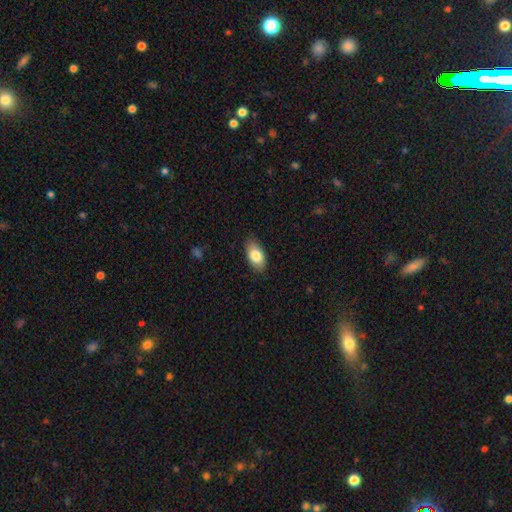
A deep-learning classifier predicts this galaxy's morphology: A smooth galaxy with no disk features (83%) that is in between round and cigar-shaped (93%). Merging: none (85%).